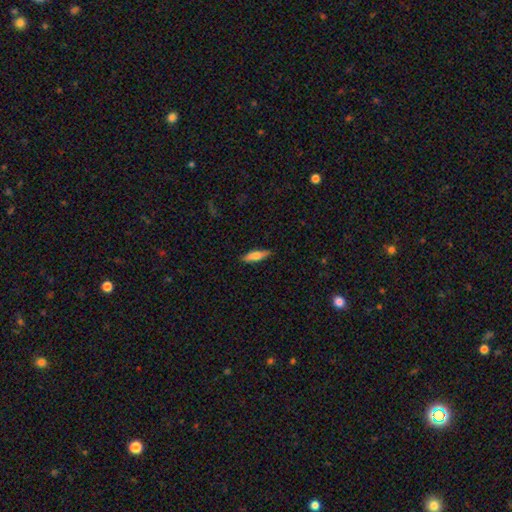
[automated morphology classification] A smooth galaxy with no disk features (62%) that is cigar-shaped (61%). Merging: none (88%).